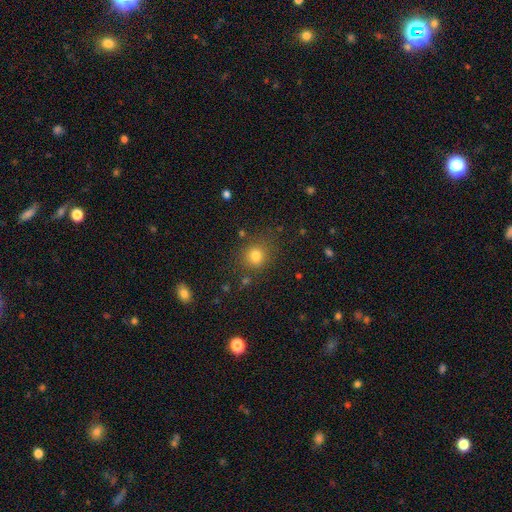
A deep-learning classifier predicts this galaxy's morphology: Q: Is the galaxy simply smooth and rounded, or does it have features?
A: smooth — 79%.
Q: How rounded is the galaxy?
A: round — 84%.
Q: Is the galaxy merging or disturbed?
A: none — 79%.